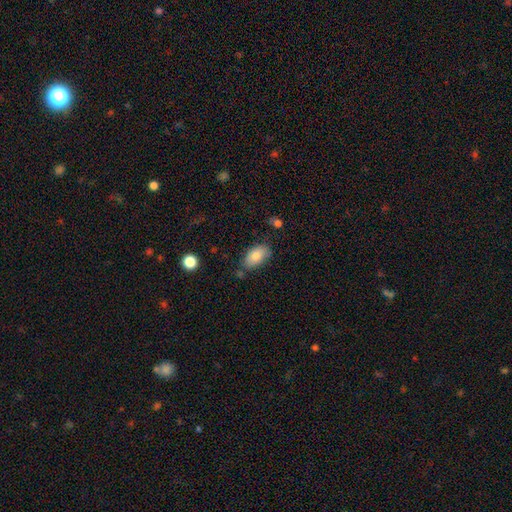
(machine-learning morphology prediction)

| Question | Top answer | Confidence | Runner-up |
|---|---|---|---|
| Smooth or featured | smooth | 82% | featured or disk (11%) |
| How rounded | in between | 93% | round (5%) |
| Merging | none | 71% | minor disturbance (20%) |